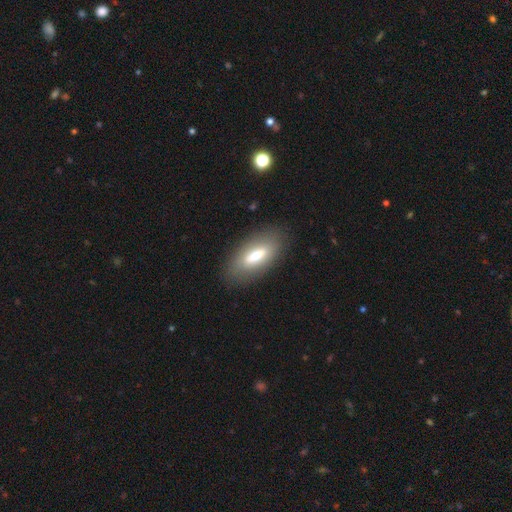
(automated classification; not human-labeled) Overall: smooth (54%; featured or disk 38%). How rounded: in between (77%). Merging: none (85%).